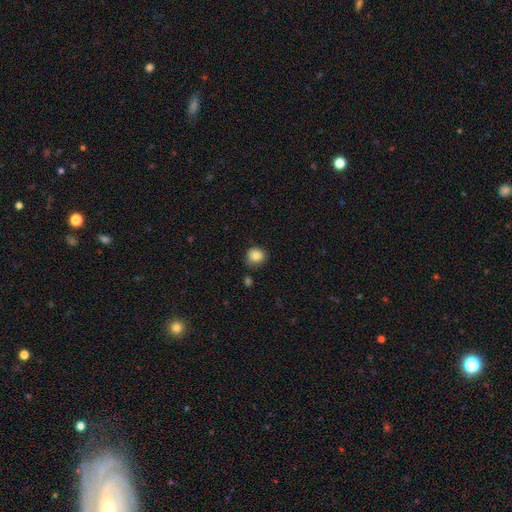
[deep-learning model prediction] Smooth or featured? Predicted: smooth (p=0.85). How rounded? Predicted: round (p=0.86). Merging? Predicted: none (p=0.81).